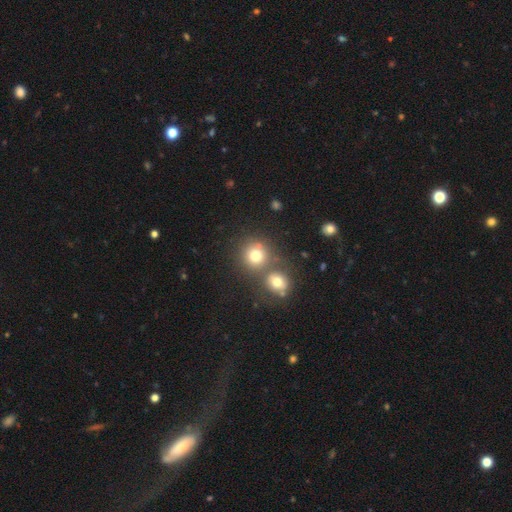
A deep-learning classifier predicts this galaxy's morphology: A smooth galaxy with no disk features (75%) that is round (89%).

Vote fractions:
- Smooth or featured? smooth: 75% / star or artifact: 14% / featured or disk: 11%
- How rounded? round: 89% / in between: 10% / cigar-shaped: 1%
- Merging? none: 56% / merger: 33% / minor disturbance: 8% / major disturbance: 4%